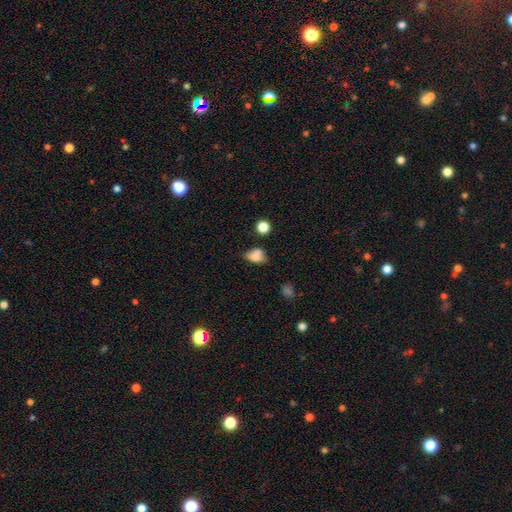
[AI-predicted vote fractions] Morphology: type=smooth (74%); roundness=in between (74%); merging=none (43%).